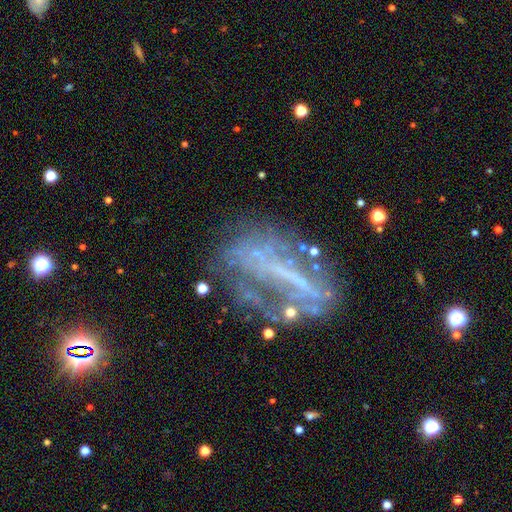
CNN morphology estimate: A featured or disk galaxy (61%). Merging: none (48%).